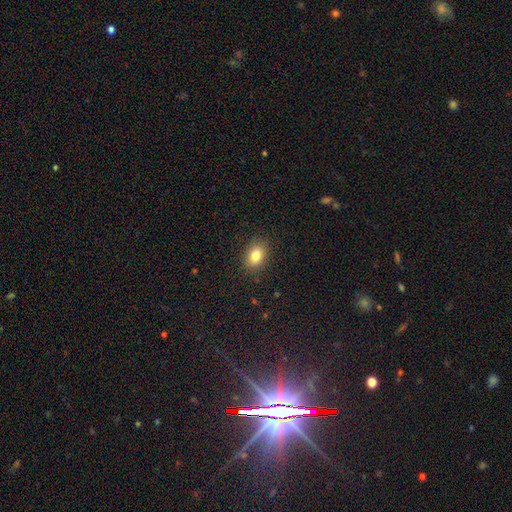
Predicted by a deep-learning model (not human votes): This is clearly a smooth galaxy (83%). How rounded: likely in between (76%). Merging: clearly none (87%).